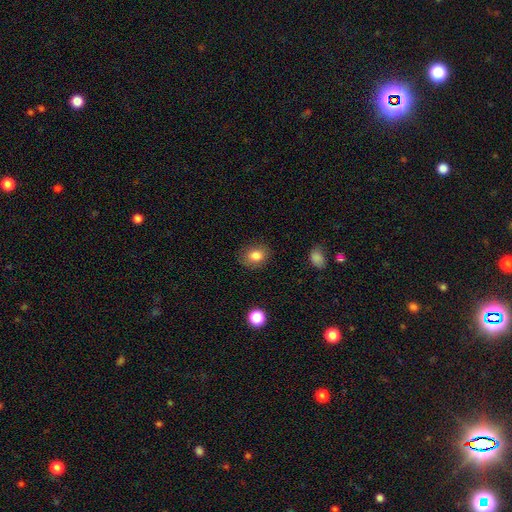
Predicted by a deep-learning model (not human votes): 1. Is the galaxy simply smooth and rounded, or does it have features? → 84% smooth, 9% star or artifact, 7% featured or disk.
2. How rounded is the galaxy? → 57% in between, 42% round, 1% cigar-shaped.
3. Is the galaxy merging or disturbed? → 82% none, 13% minor disturbance, 4% major disturbance, 1% merger.